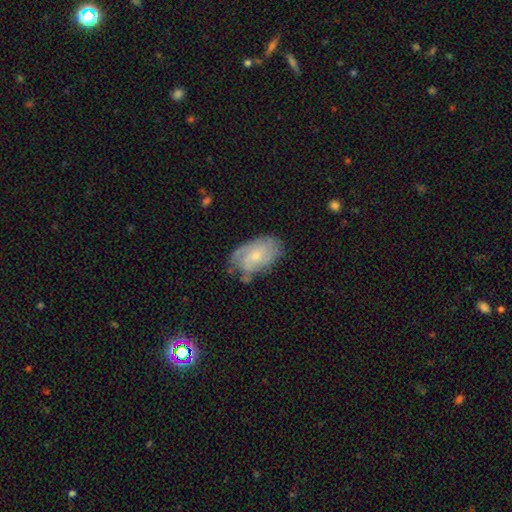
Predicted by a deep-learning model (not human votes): Overall: featured or disk (53%; smooth 40%). Edge-on disk: no (95%). Bar: no (73%). Spiral arms: yes (79%). Bulge size: small (56%; moderate 35%). Merging: none (60%; minor disturbance 28%).